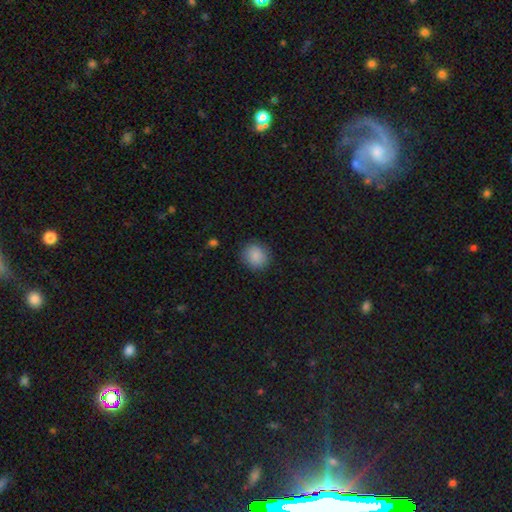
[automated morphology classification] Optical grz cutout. It shows a smooth galaxy with no disk features (88%) that is round (87%). Merging: none (88%).